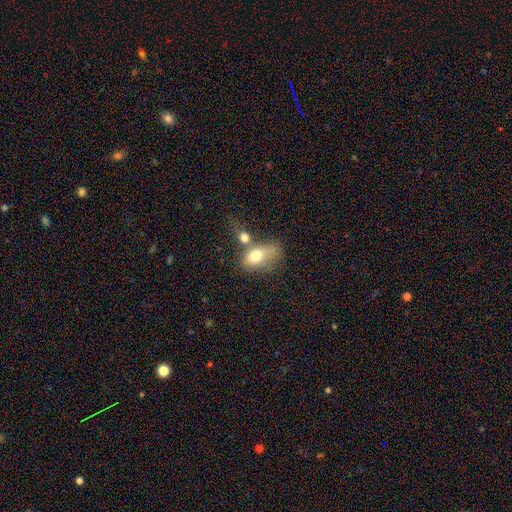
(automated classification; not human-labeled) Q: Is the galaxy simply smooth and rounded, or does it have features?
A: smooth — 72%.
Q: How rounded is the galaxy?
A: in between — 85%.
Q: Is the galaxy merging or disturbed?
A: merger — 41%.